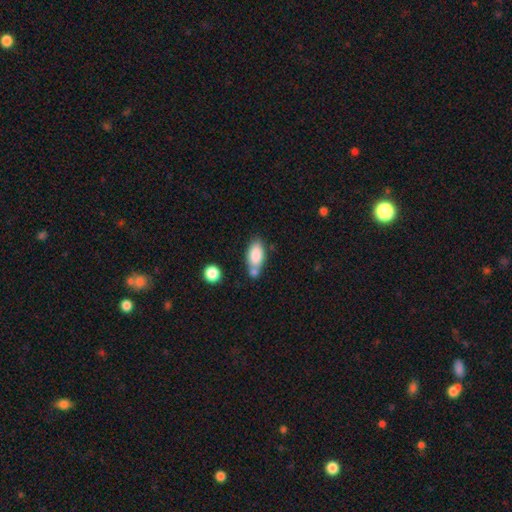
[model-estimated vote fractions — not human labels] This is clearly a smooth galaxy (84%). How rounded: clearly in between (87%). Merging: possibly none (51%).